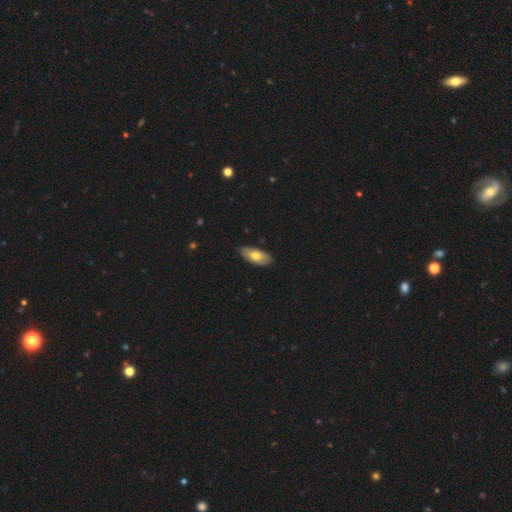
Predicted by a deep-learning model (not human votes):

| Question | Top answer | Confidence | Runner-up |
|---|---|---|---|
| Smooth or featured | smooth | 65% | featured or disk (29%) |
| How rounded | in between | 90% | cigar-shaped (7%) |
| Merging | none | 86% | minor disturbance (11%) |